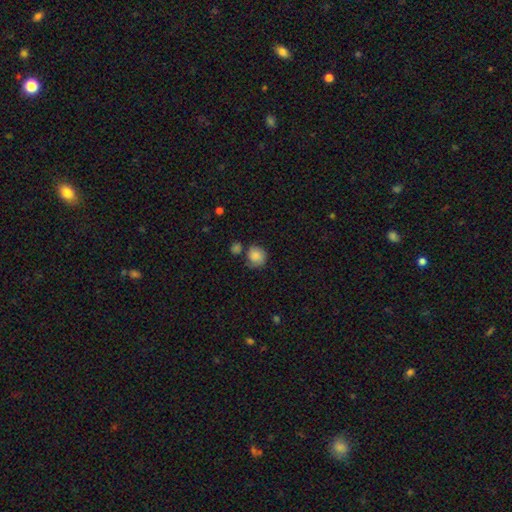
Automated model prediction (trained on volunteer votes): This appears to be a smooth galaxy with no disk features (81%) that is round (78%). Merging: none (54%).